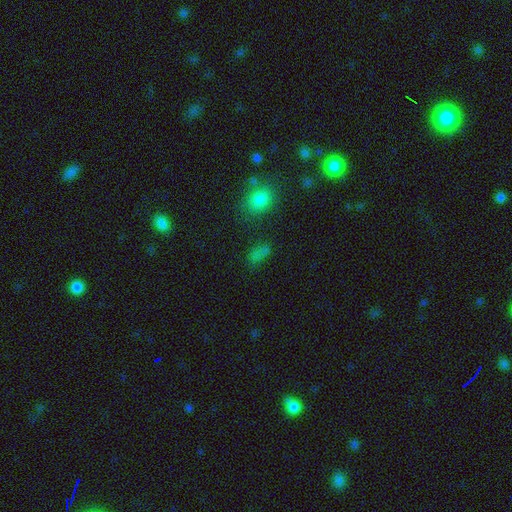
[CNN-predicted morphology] smooth_or_featured: smooth (p=0.65) [alt: star or artifact p=0.27]
how_rounded: in between (p=0.79) [alt: round p=0.13]
merging: none (p=0.54) [alt: minor disturbance p=0.18]